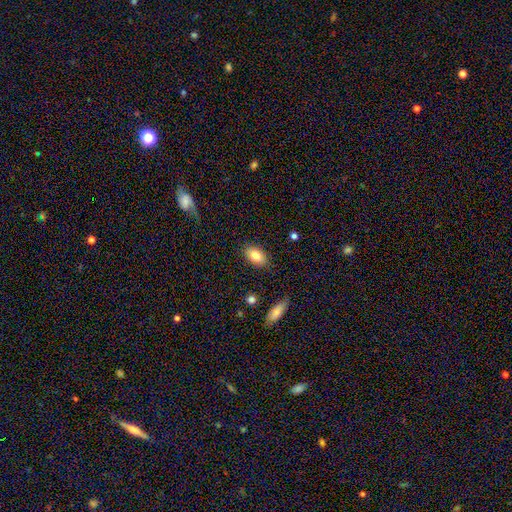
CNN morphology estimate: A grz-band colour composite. It shows a smooth galaxy with no disk features (81%) that is in between round and cigar-shaped (90%). Merging: none (86%).